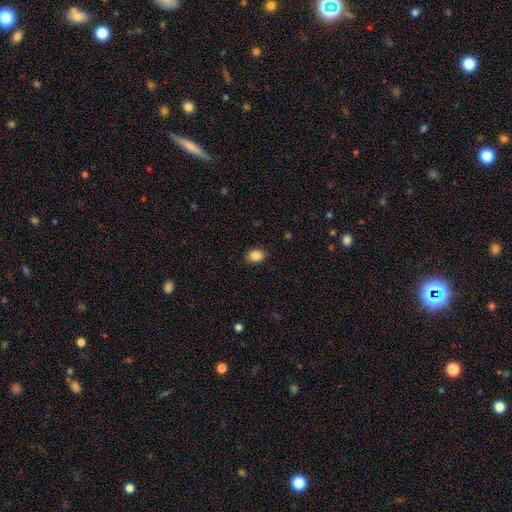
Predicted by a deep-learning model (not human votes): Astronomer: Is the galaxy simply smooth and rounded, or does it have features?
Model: smooth — 87%.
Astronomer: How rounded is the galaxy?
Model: in between — 69%.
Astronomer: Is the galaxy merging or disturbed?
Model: none — 89%.